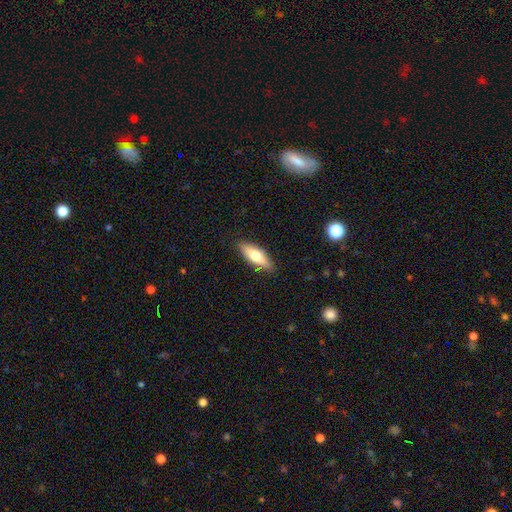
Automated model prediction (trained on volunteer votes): Smooth or featured? Predicted: smooth (p=0.66). How rounded? Predicted: in between (p=0.58). Merging? Predicted: none (p=0.86).